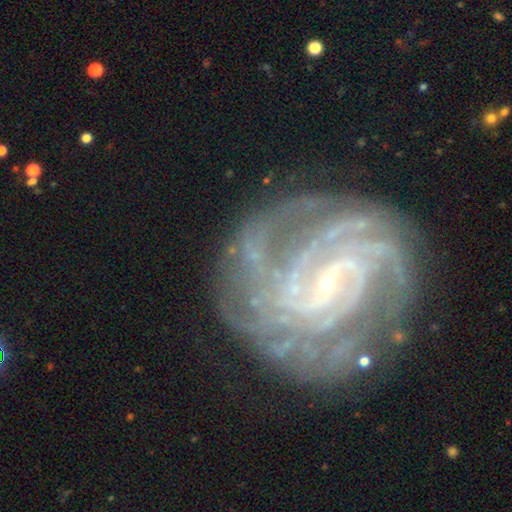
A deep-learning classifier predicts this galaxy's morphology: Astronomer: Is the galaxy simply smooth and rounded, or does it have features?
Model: featured or disk — 90%.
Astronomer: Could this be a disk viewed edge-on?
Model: no — 98%.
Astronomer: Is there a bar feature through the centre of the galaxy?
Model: weak — 45% (runner-up: strong, 29%).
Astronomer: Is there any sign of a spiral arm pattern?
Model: yes — 98%.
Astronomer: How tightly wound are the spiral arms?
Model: tight — 62%.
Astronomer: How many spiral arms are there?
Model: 4 — 27% (runner-up: 3, 18%).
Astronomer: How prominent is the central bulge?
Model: small — 87%.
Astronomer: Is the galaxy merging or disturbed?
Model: none — 72%.